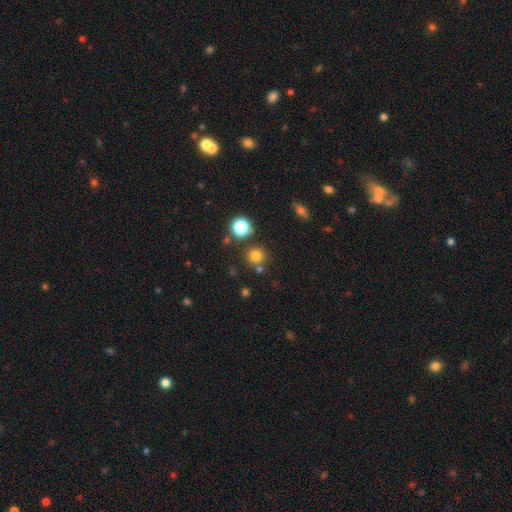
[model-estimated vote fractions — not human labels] smooth-or-featured: smooth: 76% | star or artifact: 18% | featured or disk: 6%
  how-rounded: round: 92% | in between: 7% | cigar-shaped: 1%
  merging: none: 77% | merger: 12% | minor disturbance: 8% | major disturbance: 3%